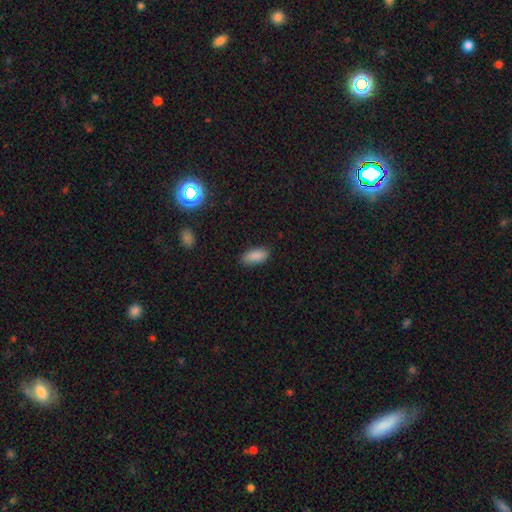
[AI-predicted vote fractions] smooth 88%, star or artifact 8%, featured or disk 4%. Down the decision tree: how rounded — in between (88%); merging — none (83%).